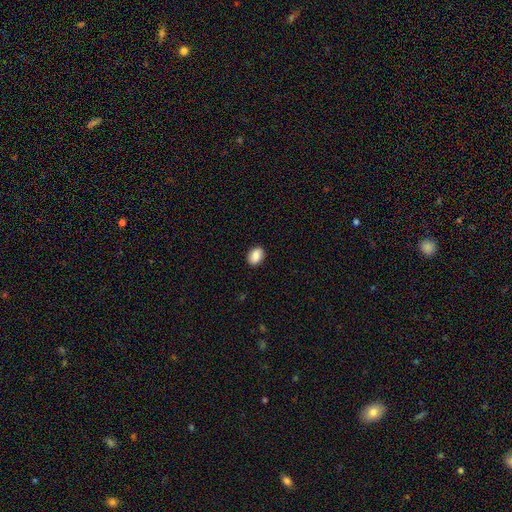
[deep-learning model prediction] smooth 88%, star or artifact 7%, featured or disk 5%. Down the decision tree: how rounded — in between (73%); merging — none (89%).